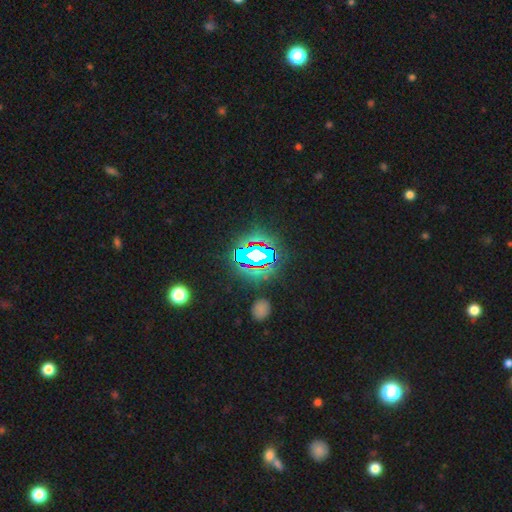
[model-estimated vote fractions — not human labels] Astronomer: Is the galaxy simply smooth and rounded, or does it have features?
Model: star or artifact — 72%.